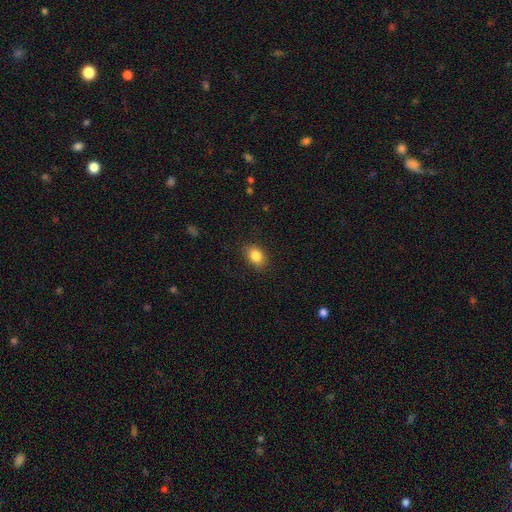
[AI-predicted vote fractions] The model was most divided on "how rounded": in between: 74%, round: 24%, cigar-shaped: 1%. More confident: smooth or featured — smooth (85%); merging — none (84%).